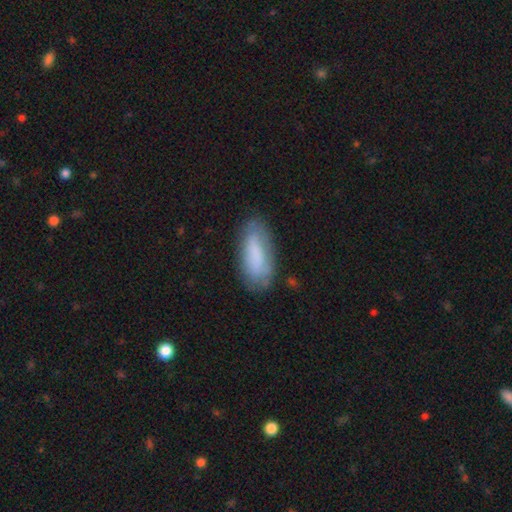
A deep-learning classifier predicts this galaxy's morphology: type=smooth (72%); roundness=in between (81%); merging=none (69%).